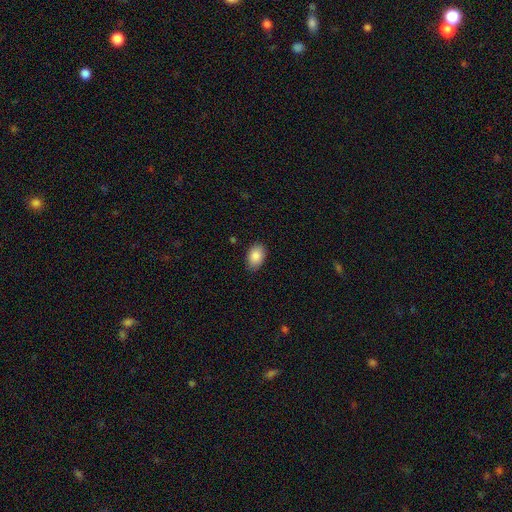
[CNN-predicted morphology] Smooth or featured?
  - smooth: 87% *
  - star or artifact: 7%
  - featured or disk: 5%
How rounded?
  - in between: 87% *
  - round: 12%
  - cigar-shaped: 1%
Merging?
  - none: 85% *
  - minor disturbance: 12%
  - major disturbance: 2%
  - merger: 1%